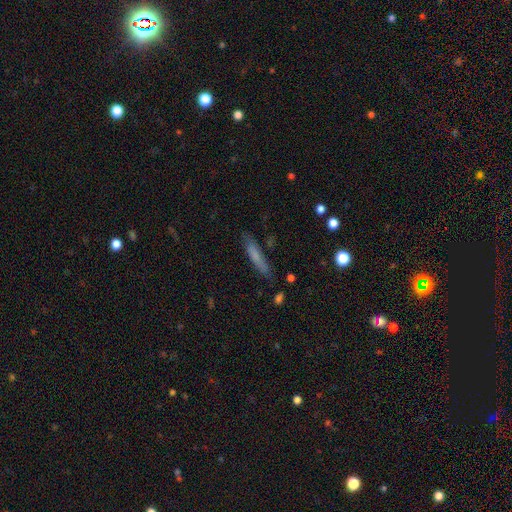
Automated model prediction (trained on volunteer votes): Smooth or featured?
  - smooth: 65% *
  - featured or disk: 26%
  - star or artifact: 9%
How rounded?
  - cigar-shaped: 89% *
  - in between: 9%
  - round: 2%
Merging?
  - none: 81% *
  - minor disturbance: 14%
  - major disturbance: 3%
  - merger: 2%